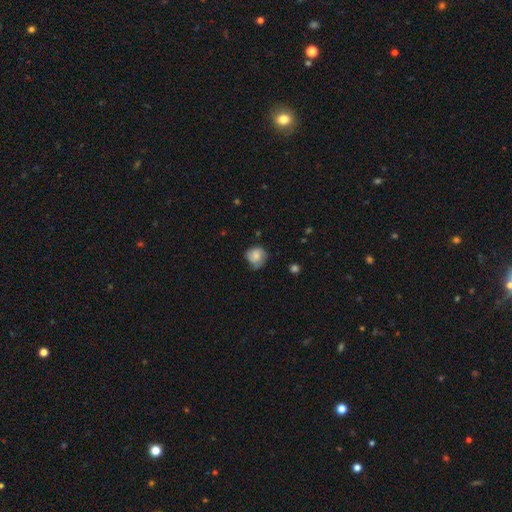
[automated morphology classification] A smooth galaxy with no disk features (70%) that is round (81%). Merging: none (58%).